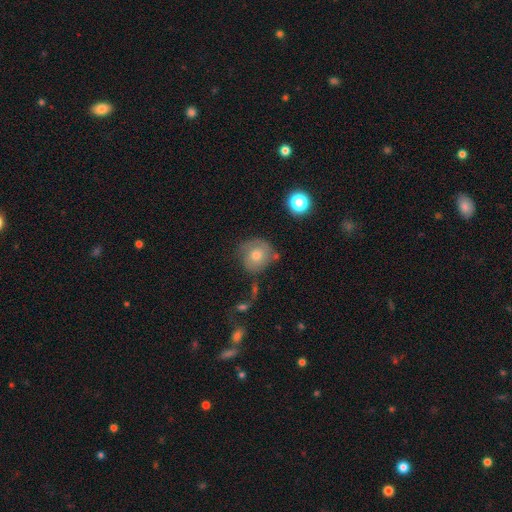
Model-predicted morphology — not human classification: type=smooth (56%); roundness=round (82%); merging=none (57%).